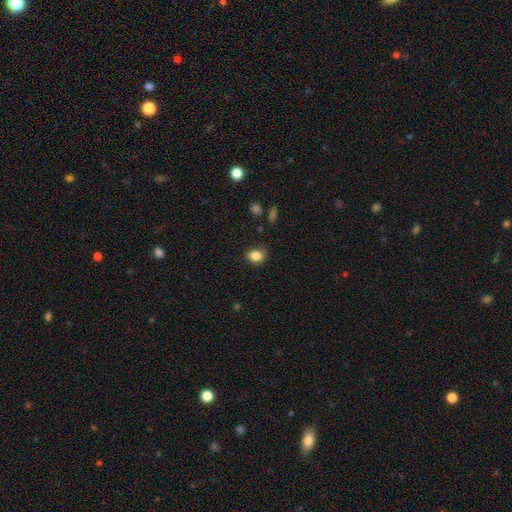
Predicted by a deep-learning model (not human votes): Overall: smooth (85%). How rounded: round (55%; in between 44%). Merging: none (78%).